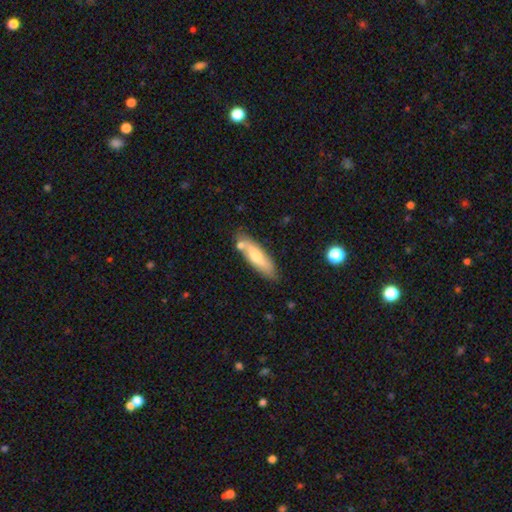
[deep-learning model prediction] The model was most divided on "smooth or featured": smooth: 55%, featured or disk: 39%, star or artifact: 6%. More confident: merging — none (72%); how rounded — cigar-shaped (64%).